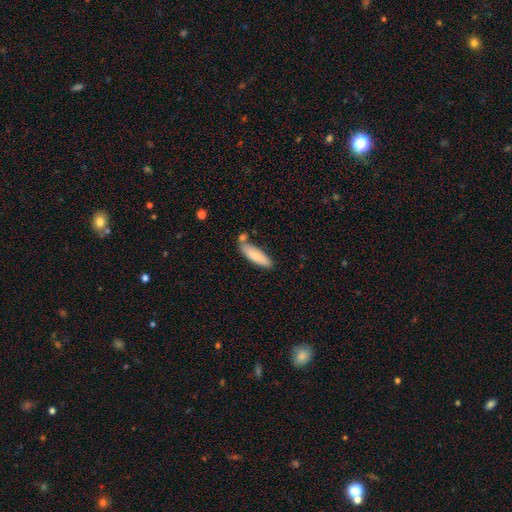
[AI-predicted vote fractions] This appears to be a smooth galaxy with no disk features (77%) that is cigar-shaped (53%). Merging: none (65%).